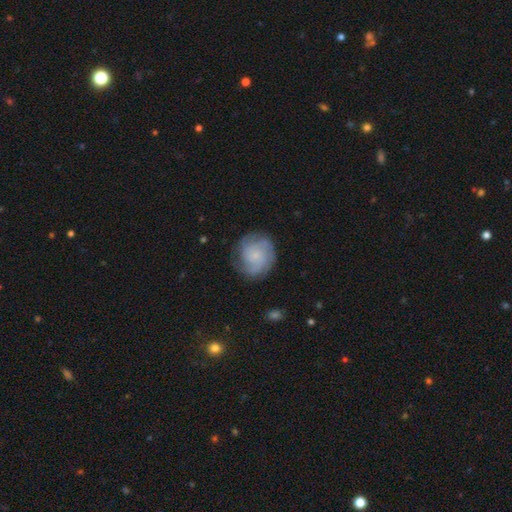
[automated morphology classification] Q: Smooth or featured?
A: featured or disk (67%); runner-up: smooth (26%)
Q: Edge-on disk?
A: no (98%); runner-up: yes (2%)
Q: Bar?
A: no (78%); runner-up: weak (20%)
Q: Spiral arms?
A: yes (93%); runner-up: no (7%)
Q: Spiral winding?
A: tight (59%); runner-up: medium (32%)
Q: Spiral arm count?
A: can't tell (32%); runner-up: 3 (27%)
Q: Bulge size?
A: small (71%); runner-up: none (13%)
Q: Merging?
A: none (78%); runner-up: minor disturbance (15%)